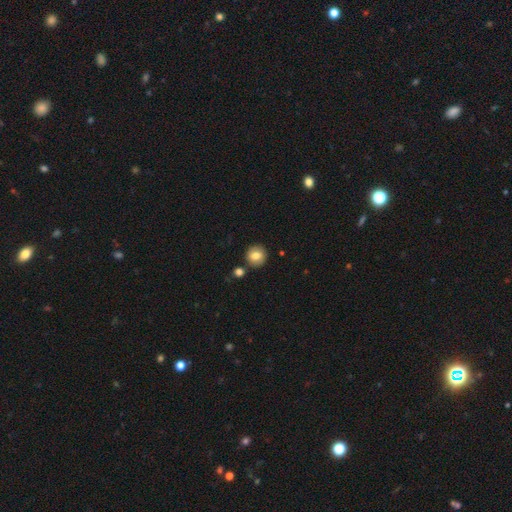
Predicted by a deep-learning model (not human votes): Q: Smooth or featured?
A: smooth (81%); runner-up: featured or disk (10%)
Q: How rounded?
A: round (91%); runner-up: in between (8%)
Q: Merging?
A: none (85%); runner-up: minor disturbance (7%)